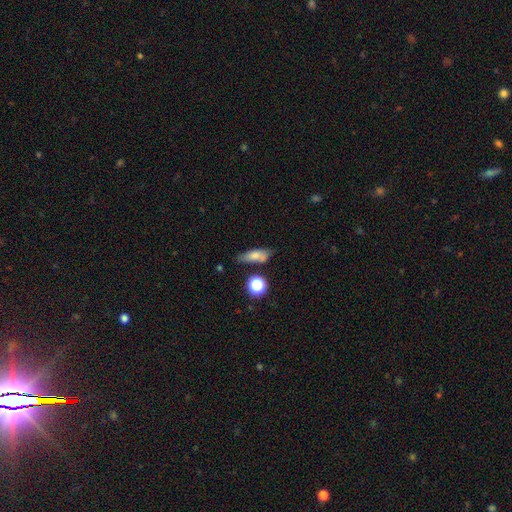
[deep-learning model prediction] Morphology: type=smooth (72%); roundness=in between (59%); merging=none (65%).